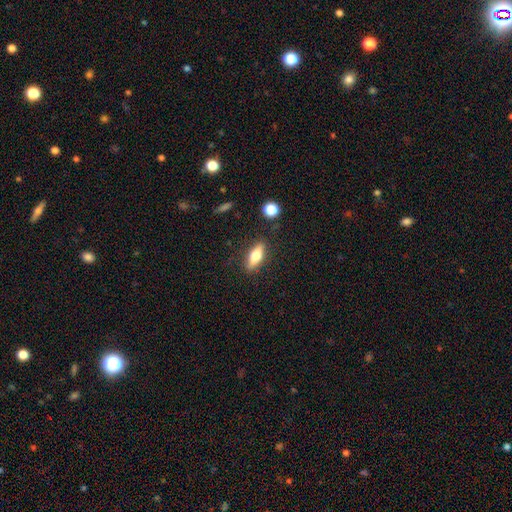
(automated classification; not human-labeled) Smooth or featured? smooth (61%)
How rounded? in between (59%)
Merging? none (85%)